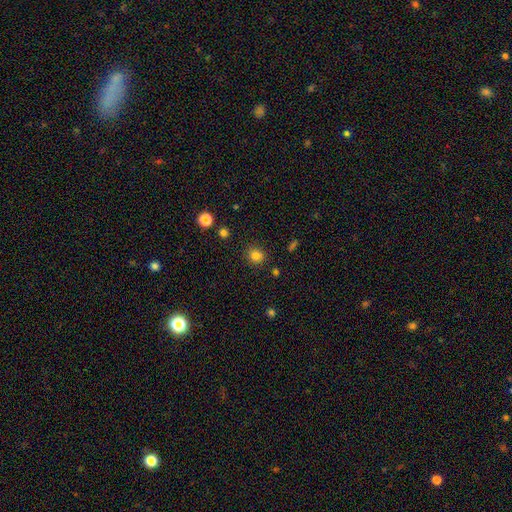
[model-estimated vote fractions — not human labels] Overall: smooth (81%). How rounded: round (82%). Merging: none (86%).